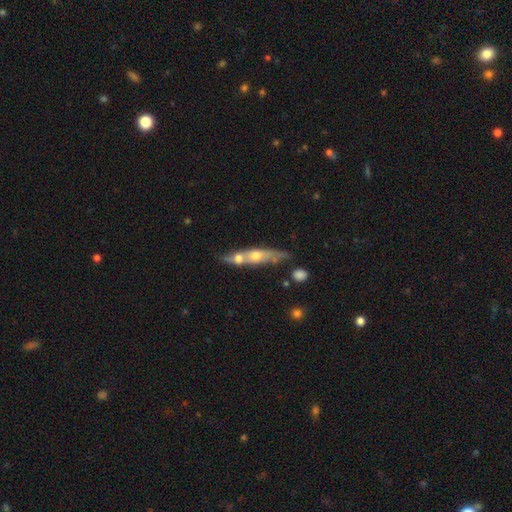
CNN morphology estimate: This is possibly a featured or disk galaxy (54%). It is likely viewed edge-on (69%). Merging: possibly none (48%).